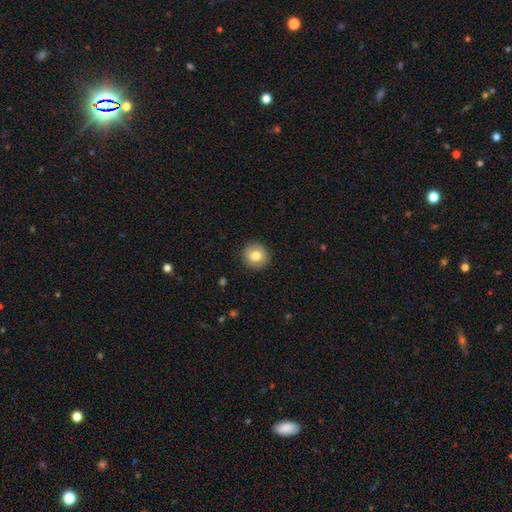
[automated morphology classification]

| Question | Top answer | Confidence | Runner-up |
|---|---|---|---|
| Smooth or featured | smooth | 80% | featured or disk (12%) |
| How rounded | round | 92% | in between (7%) |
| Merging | none | 92% | minor disturbance (6%) |